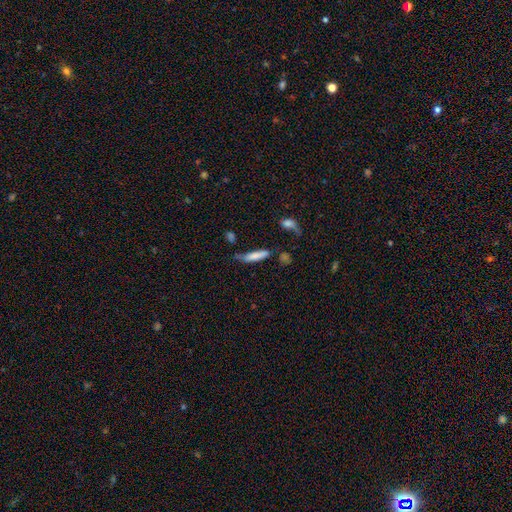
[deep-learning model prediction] The model was most divided on "merging": none: 53%, minor disturbance: 27%, major disturbance: 12%, merger: 9%. More confident: how rounded — cigar-shaped (80%); smooth or featured — smooth (76%).